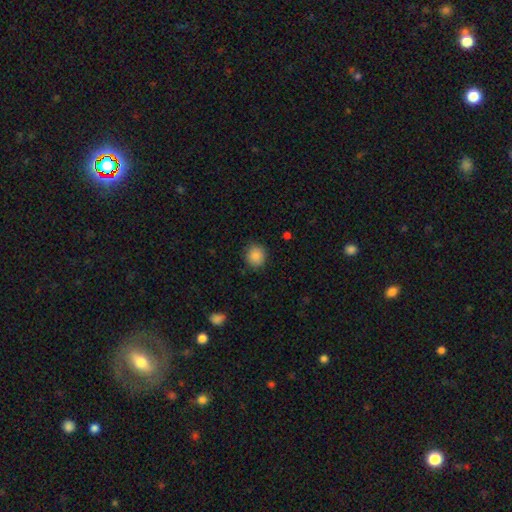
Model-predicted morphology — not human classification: smooth_or_featured: smooth (p=0.86) [alt: star or artifact p=0.09]
how_rounded: round (p=0.86) [alt: in between p=0.13]
merging: none (p=0.88) [alt: minor disturbance p=0.09]